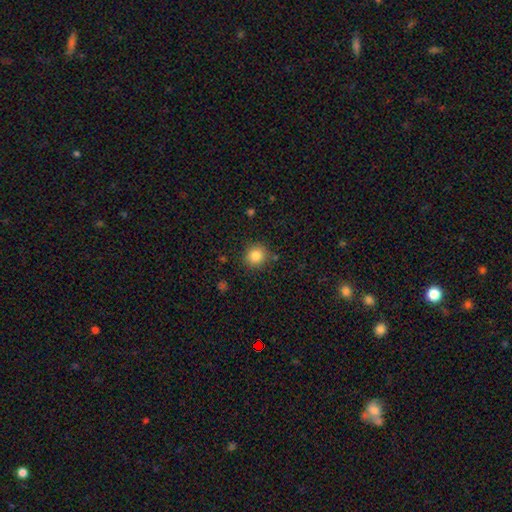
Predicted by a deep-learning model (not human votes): Q: Smooth or featured?
A: smooth (85%); runner-up: star or artifact (11%)
Q: How rounded?
A: round (91%); runner-up: in between (8%)
Q: Merging?
A: none (86%); runner-up: minor disturbance (9%)